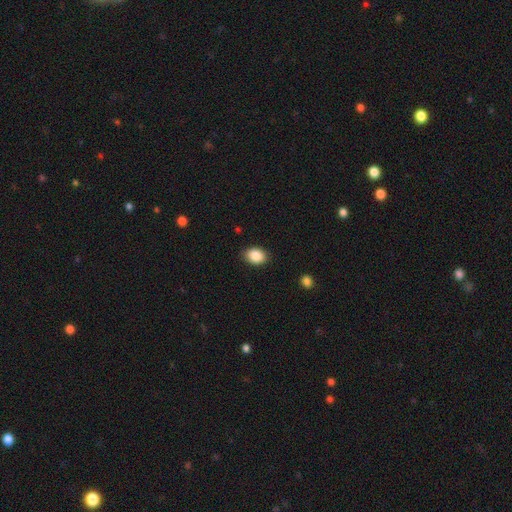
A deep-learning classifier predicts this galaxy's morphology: Smooth or featured: smooth — 88% (star or artifact — 8%)
How rounded: in between — 67% (round — 32%)
Merging: none — 86% (minor disturbance — 10%)